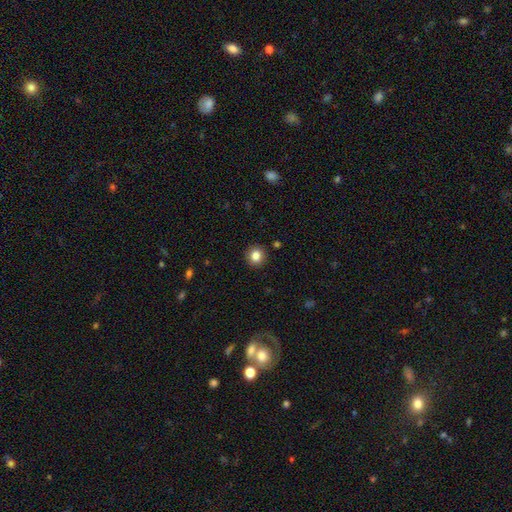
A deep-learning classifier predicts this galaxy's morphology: Smooth or featured: smooth — 84% (star or artifact — 11%)
How rounded: round — 89% (in between — 10%)
Merging: none — 92% (minor disturbance — 5%)